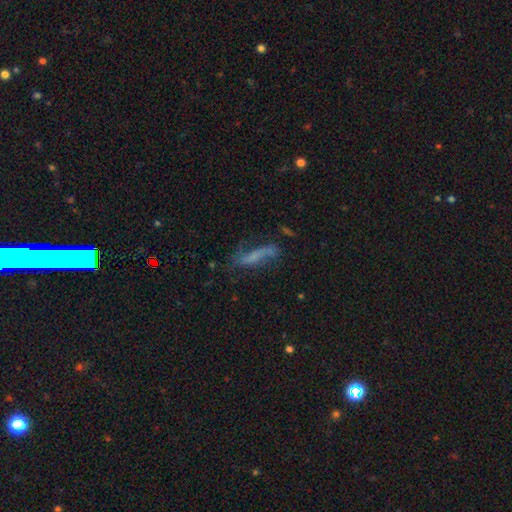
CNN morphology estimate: smooth_or_featured: featured or disk (p=0.46) [alt: smooth p=0.39]
merging: none (p=0.48) [alt: minor disturbance p=0.25]